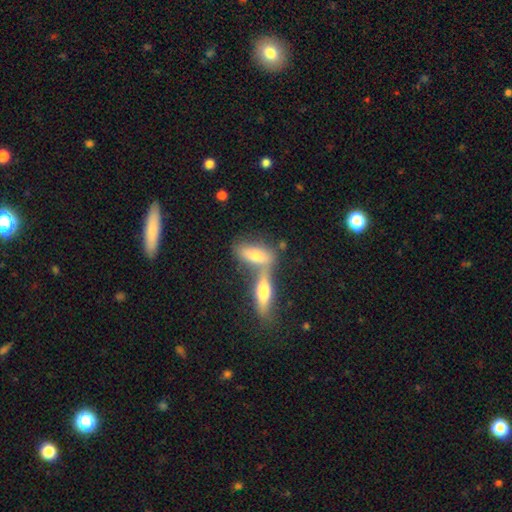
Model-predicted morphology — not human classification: smooth-or-featured: smooth: 62% | featured or disk: 30% | star or artifact: 8%
  how-rounded: in between: 66% | cigar-shaped: 31% | round: 4%
  merging: merger: 55% | none: 34% | minor disturbance: 8% | major disturbance: 4%